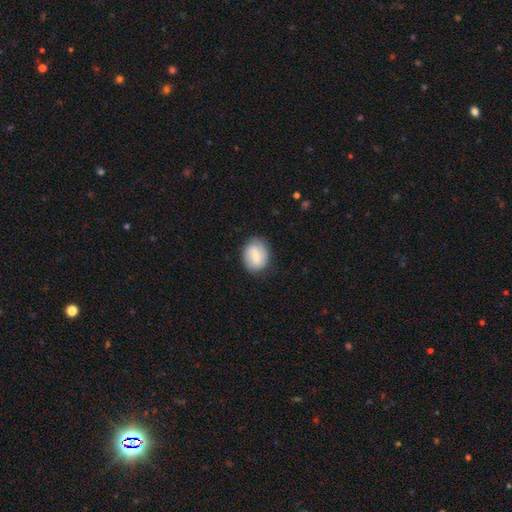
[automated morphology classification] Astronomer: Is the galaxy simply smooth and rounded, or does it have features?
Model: smooth — 66%.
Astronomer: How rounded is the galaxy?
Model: in between — 52% (runner-up: round, 47%).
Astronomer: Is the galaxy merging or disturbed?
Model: none — 81%.